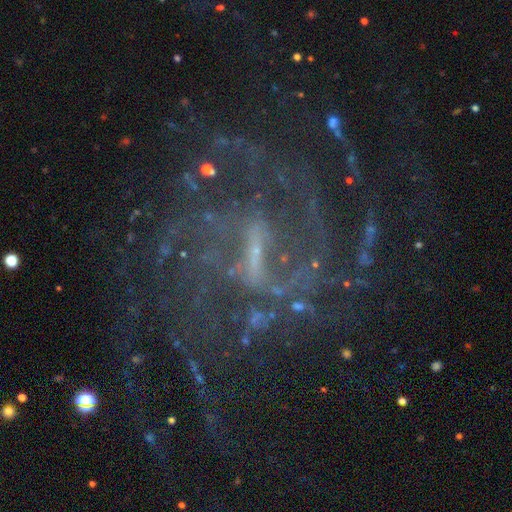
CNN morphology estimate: A featured or disk galaxy (84%) with a weak bar (49%), tight (41%, tied with medium) spiral arms (94%) and a small central bulge (51%).

Vote fractions:
- Smooth or featured? featured or disk: 84% / star or artifact: 11% / smooth: 5%
- Edge-on disk? no: 97% / yes: 3%
- Bar? weak: 49% / strong: 36% / no: 16%
- Spiral arms? yes: 94% / no: 6%
- Spiral winding? tight: 41% (tied) / medium: 41% (tied) / loose: 18%
- Spiral arm count? can't tell: 33% / 2: 18% / 4: 14% / 3: 14% / more than 4: 12% / 1: 9%
- Bulge size? small: 51% / none: 27% / moderate: 18% / large: 2% / dominant: 1%
- Merging? none: 65% / major disturbance: 18% / minor disturbance: 15% / merger: 2%